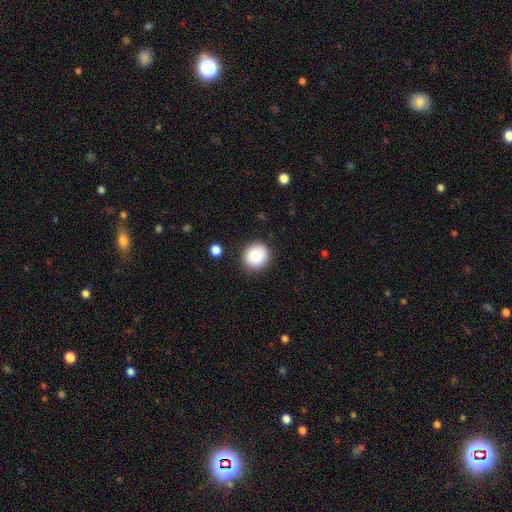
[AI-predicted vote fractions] Smooth or featured? Predicted: smooth (p=0.79). How rounded? Predicted: round (p=0.90). Merging? Predicted: none (p=0.88).